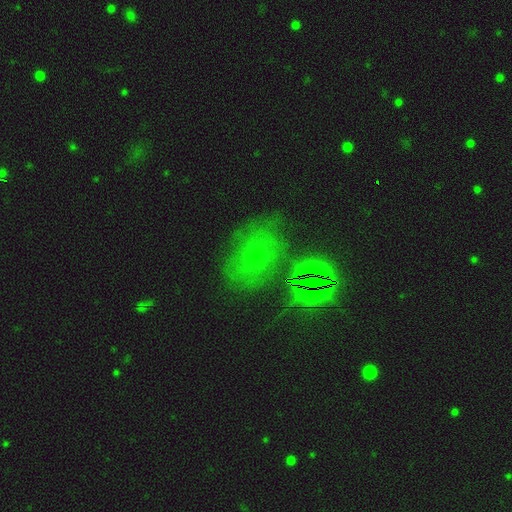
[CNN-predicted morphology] smooth-or-featured: star or artifact: 40% | smooth: 32% | featured or disk: 28%